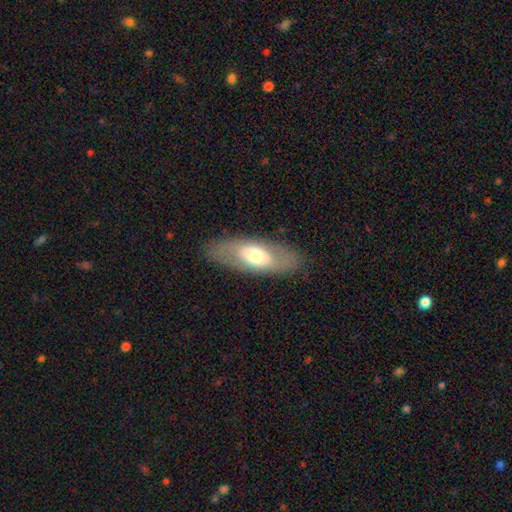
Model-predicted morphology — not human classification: This is possibly a smooth galaxy (50%). Merging: clearly none (84%).